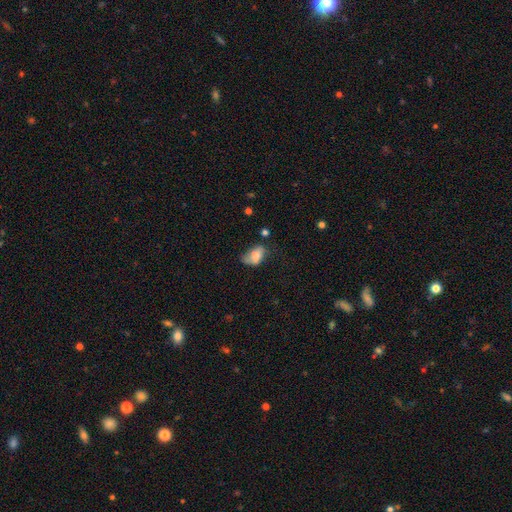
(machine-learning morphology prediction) Smooth or featured?
  - smooth: 65% *
  - featured or disk: 25%
  - star or artifact: 10%
How rounded?
  - in between: 87% *
  - round: 11%
  - cigar-shaped: 2%
Merging?
  - none: 35% *
  - minor disturbance: 34%
  - major disturbance: 23%
  - merger: 8%